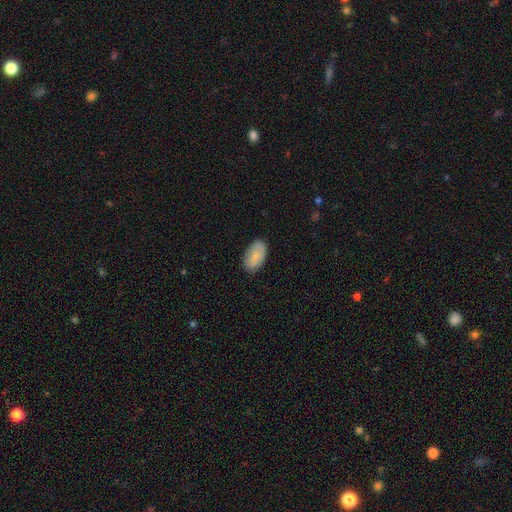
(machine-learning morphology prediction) Smooth or featured? Predicted: smooth (p=0.81). How rounded? Predicted: in between (p=0.94). Merging? Predicted: none (p=0.84).